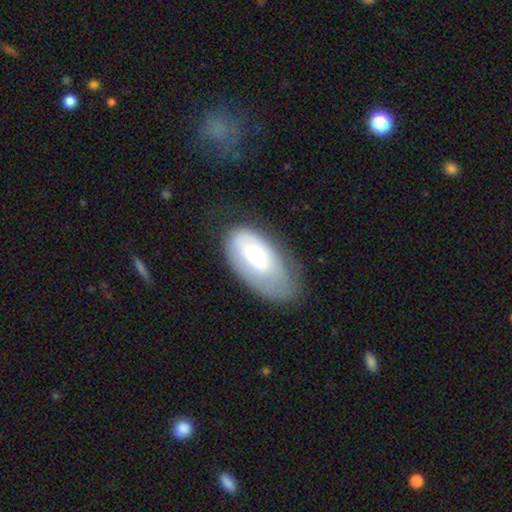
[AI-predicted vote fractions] Morphology: type=smooth (59%); roundness=in between (93%); merging=none (50%).